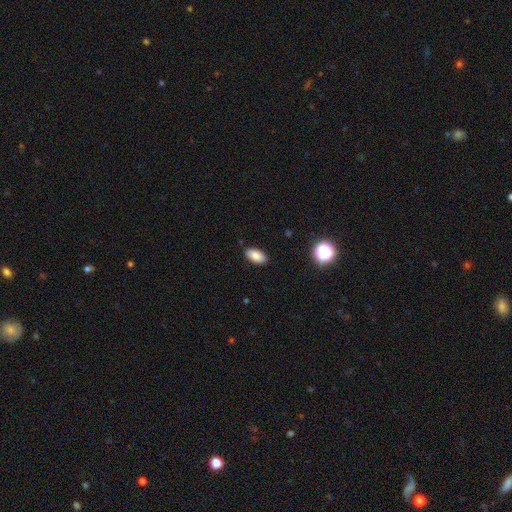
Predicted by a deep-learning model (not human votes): Q: Smooth or featured?
A: smooth (84%); runner-up: star or artifact (9%)
Q: How rounded?
A: in between (94%); runner-up: round (4%)
Q: Merging?
A: none (89%); runner-up: minor disturbance (8%)